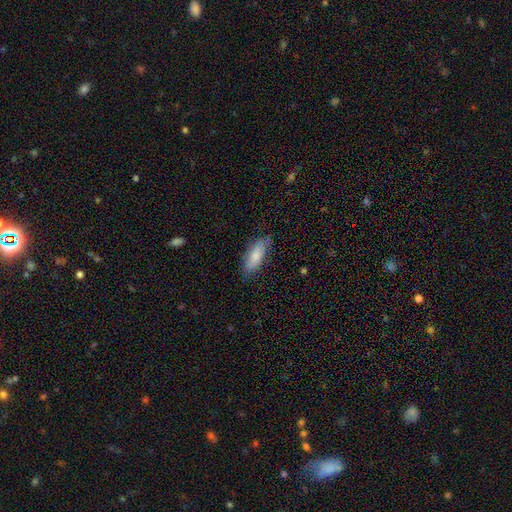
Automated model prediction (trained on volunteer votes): smooth-or-featured: smooth: 77% | featured or disk: 17% | star or artifact: 6%
  how-rounded: in between: 67% | cigar-shaped: 31% | round: 2%
  merging: none: 76% | minor disturbance: 19% | major disturbance: 4% | merger: 1%